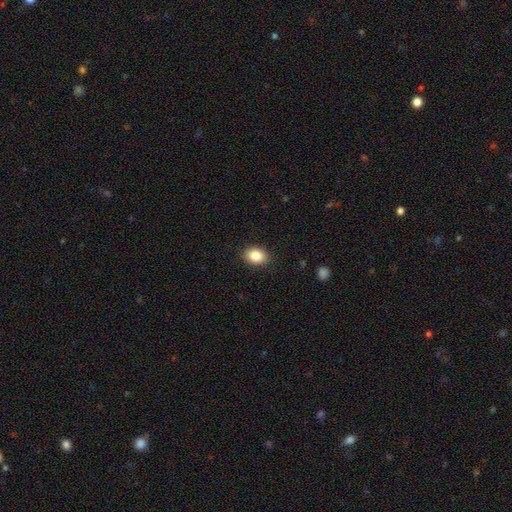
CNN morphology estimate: A smooth galaxy with no disk features (86%) that is in between round and cigar-shaped (75%). Merging: none (88%).